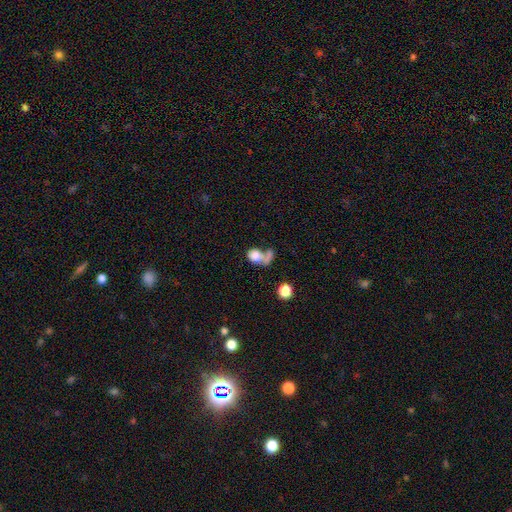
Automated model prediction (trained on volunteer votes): smooth-or-featured: smooth: 72% | featured or disk: 17% | star or artifact: 10%
  how-rounded: round: 51% | in between: 47% | cigar-shaped: 2%
  merging: merger: 44% | none: 25% | major disturbance: 20% | minor disturbance: 11%